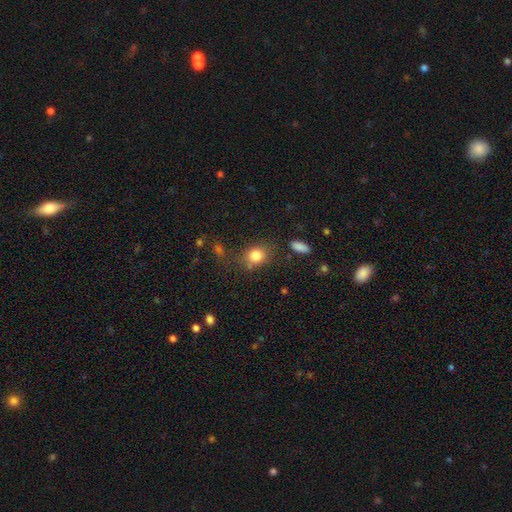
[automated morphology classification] Overall: smooth (82%). How rounded: round (60%; in between 39%). Merging: none (72%).